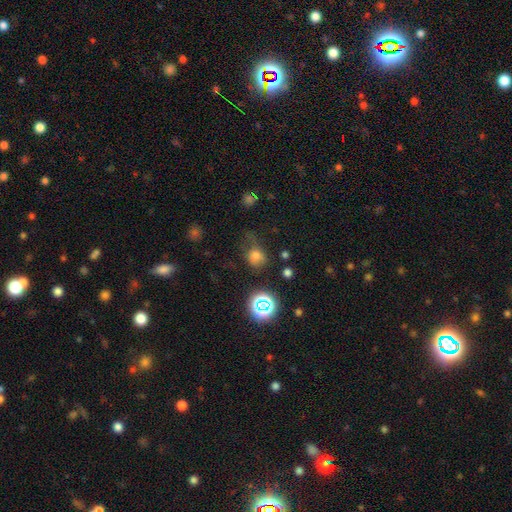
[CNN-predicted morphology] This appears to be a smooth galaxy with no disk features (68%) that is round (71%). Merging: none (45%).